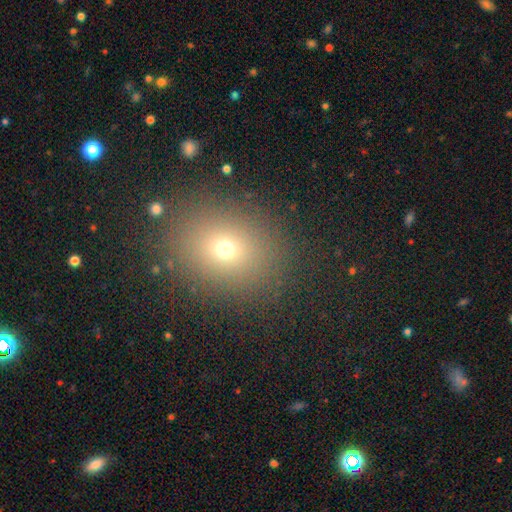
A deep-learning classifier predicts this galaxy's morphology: Smooth or featured?
  - smooth: 66% *
  - star or artifact: 24%
  - featured or disk: 11%
How rounded?
  - round: 53% *
  - in between: 45%
  - cigar-shaped: 1%
Merging?
  - none: 88% *
  - minor disturbance: 7%
  - major disturbance: 3%
  - merger: 2%